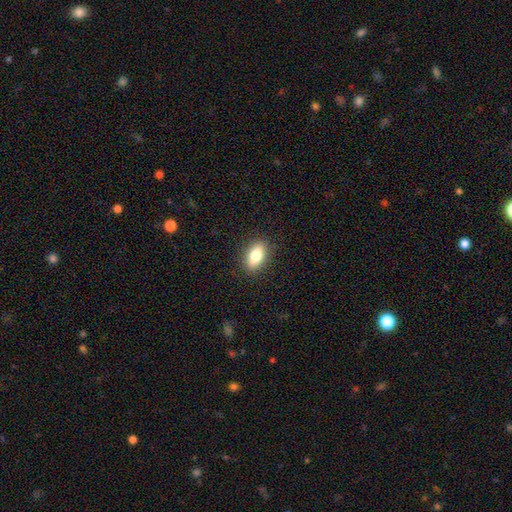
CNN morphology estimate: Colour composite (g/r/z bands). It shows a smooth galaxy with no disk features (80%) that is in between round and cigar-shaped (86%). Merging: none (89%).